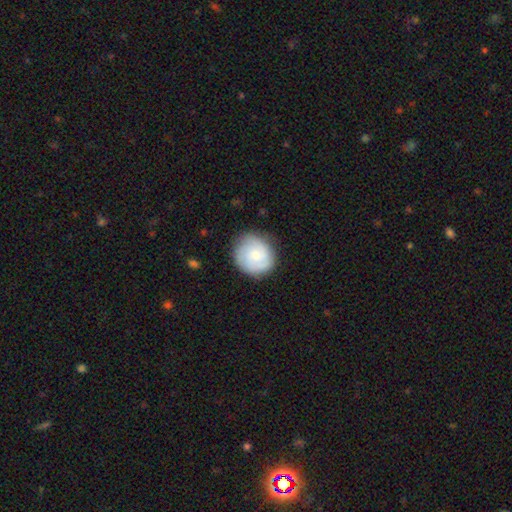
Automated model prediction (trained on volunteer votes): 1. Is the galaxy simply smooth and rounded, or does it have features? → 56% smooth, 37% featured or disk, 7% star or artifact.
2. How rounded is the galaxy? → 86% round, 13% in between, 1% cigar-shaped.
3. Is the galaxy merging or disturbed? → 79% none, 15% minor disturbance, 4% major disturbance, 1% merger.